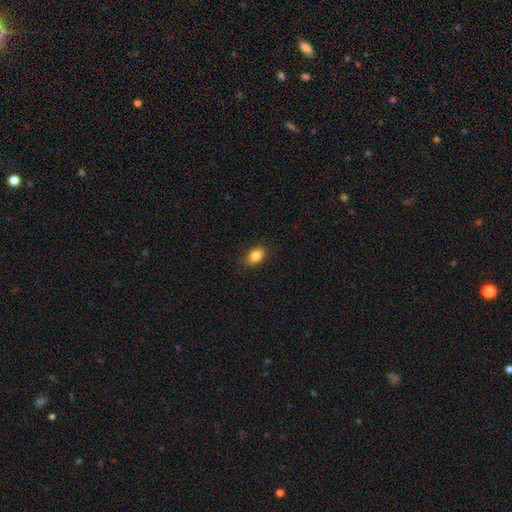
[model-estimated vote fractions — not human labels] The model was most divided on "how rounded": in between: 80%, round: 19%, cigar-shaped: 2%. More confident: merging — none (86%); smooth or featured — smooth (85%).